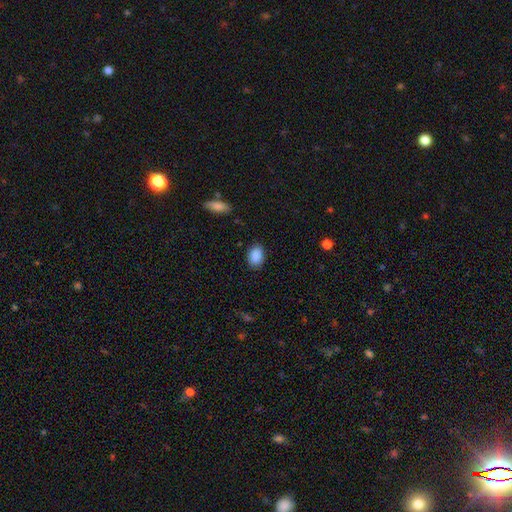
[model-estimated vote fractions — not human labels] This is clearly a smooth galaxy (89%). How rounded: likely in between (78%). Merging: clearly none (85%).